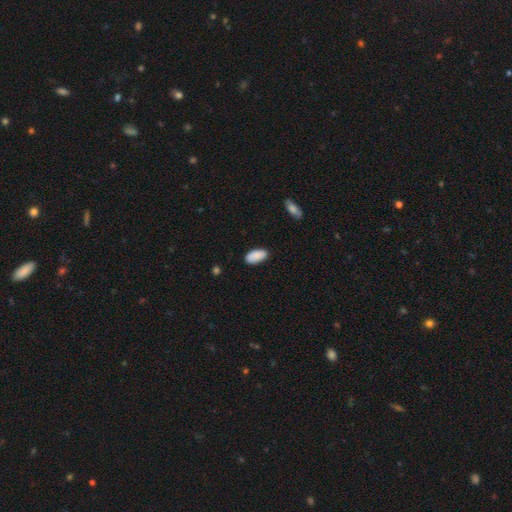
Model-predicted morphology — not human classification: Smooth or featured? Predicted: smooth (p=0.89). How rounded? Predicted: in between (p=0.95). Merging? Predicted: none (p=0.84).